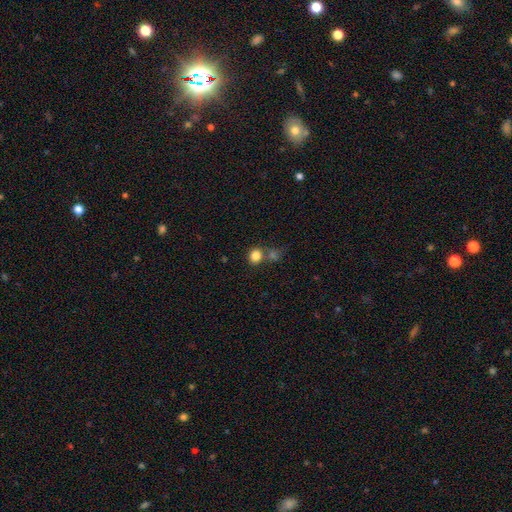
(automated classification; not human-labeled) smooth 83%, star or artifact 12%, featured or disk 6%. Down the decision tree: how rounded — round (74%); merging — none (62%).